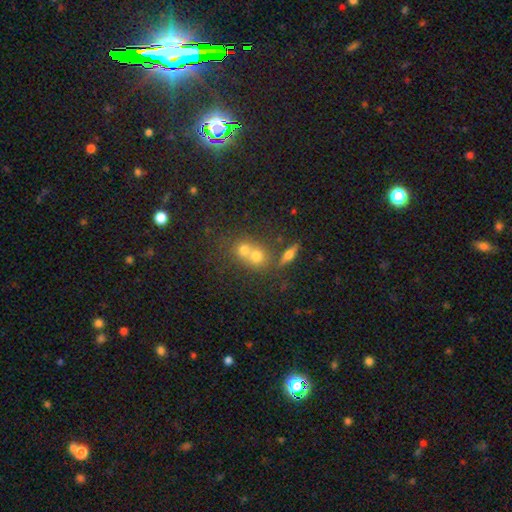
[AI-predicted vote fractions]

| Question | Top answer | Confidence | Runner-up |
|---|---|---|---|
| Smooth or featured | smooth | 65% | featured or disk (21%) |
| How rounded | round | 75% | in between (23%) |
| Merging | merger | 60% | none (31%) |